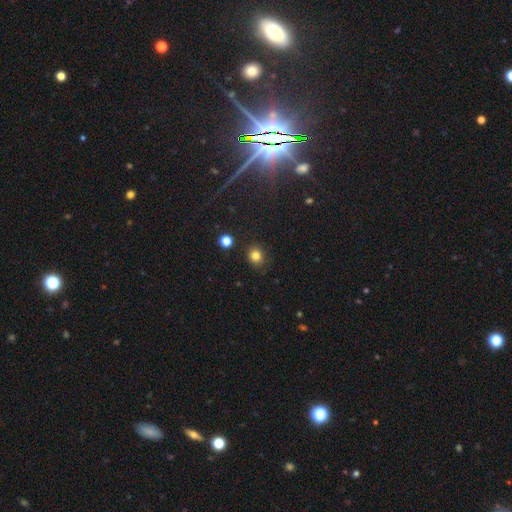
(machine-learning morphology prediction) The model was most divided on "how rounded": round: 76%, in between: 23%, cigar-shaped: 1%. More confident: merging — none (85%); smooth or featured — smooth (81%).